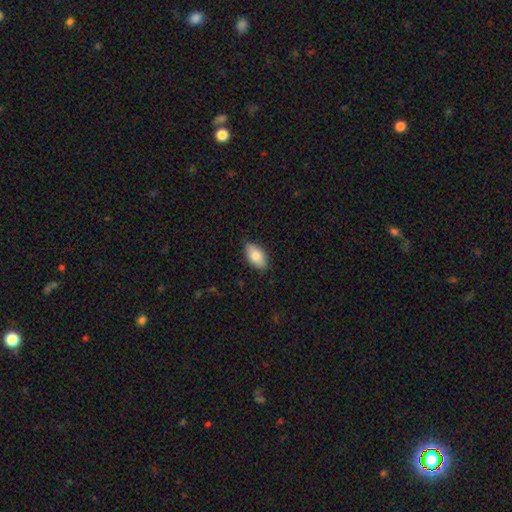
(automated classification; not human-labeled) smooth 80%, featured or disk 13%, star or artifact 7%. Down the decision tree: how rounded — in between (92%); merging — none (83%).